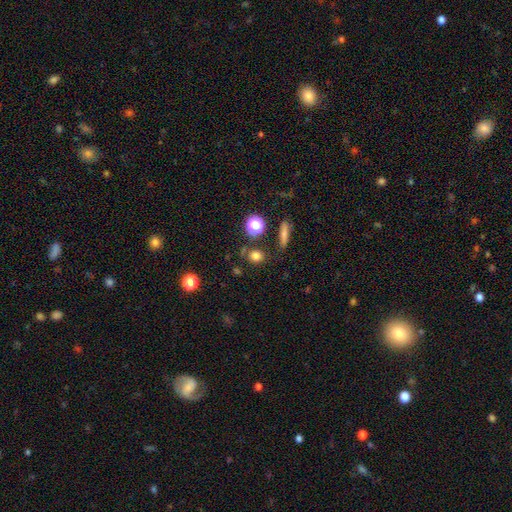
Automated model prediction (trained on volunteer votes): Smooth or featured: smooth — 78% (star or artifact — 16%)
How rounded: round — 69% (in between — 28%)
Merging: none — 78% (minor disturbance — 11%)